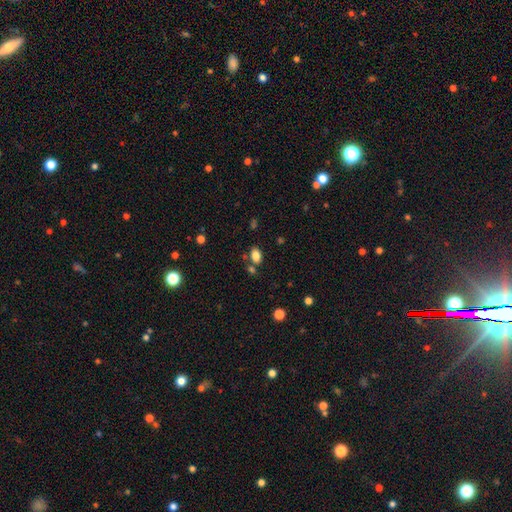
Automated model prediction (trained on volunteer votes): Smooth or featured? smooth (83%)
How rounded? in between (84%)
Merging? none (72%)